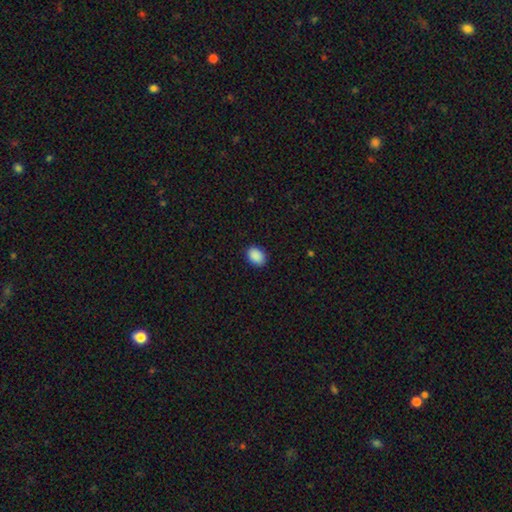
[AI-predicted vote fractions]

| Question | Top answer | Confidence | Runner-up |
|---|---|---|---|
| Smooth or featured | smooth | 90% | star or artifact (8%) |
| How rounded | in between | 74% | round (25%) |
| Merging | none | 88% | minor disturbance (9%) |